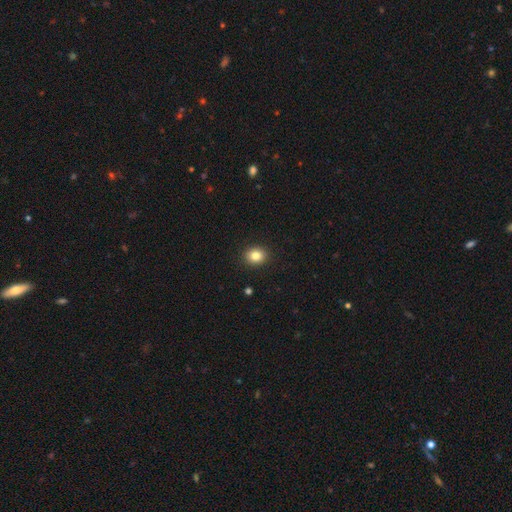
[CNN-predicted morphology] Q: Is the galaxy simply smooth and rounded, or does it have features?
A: smooth — 83%.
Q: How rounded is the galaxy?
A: round — 70%.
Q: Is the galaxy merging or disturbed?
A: none — 91%.